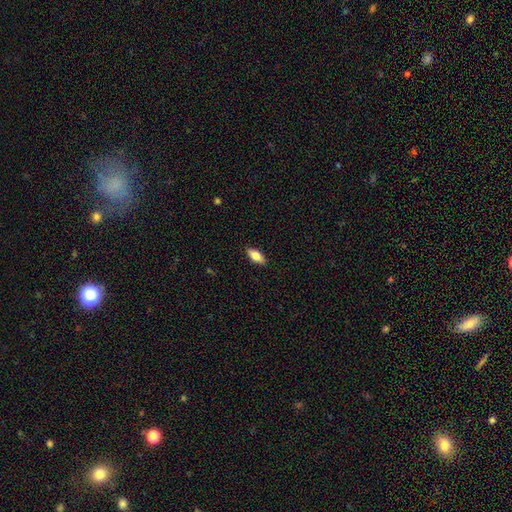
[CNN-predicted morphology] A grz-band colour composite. It shows a smooth galaxy with no disk features (73%) that is in between round and cigar-shaped (82%). Merging: none (89%).